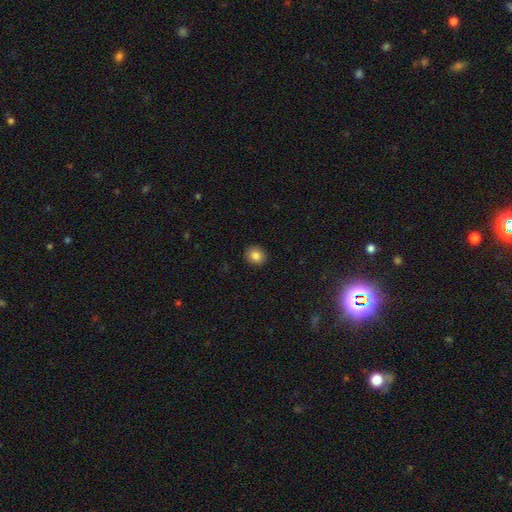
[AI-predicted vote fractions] This appears to be a smooth galaxy with no disk features (84%) that is round (70%). Merging: none (91%).